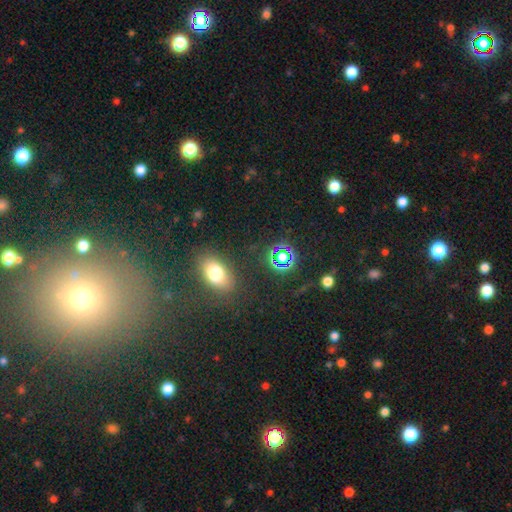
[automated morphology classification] Smooth or featured?
  - smooth: 49% *
  - star or artifact: 39%
  - featured or disk: 12%
Merging?
  - none: 83% *
  - minor disturbance: 8%
  - merger: 5%
  - major disturbance: 4%